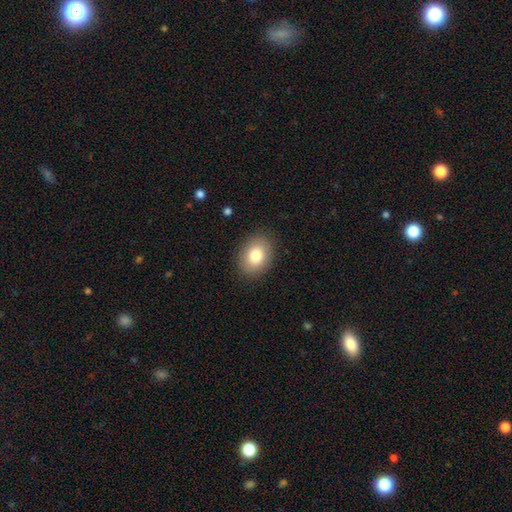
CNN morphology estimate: Smooth or featured? smooth (81%)
How rounded? in between (67%)
Merging? none (88%)